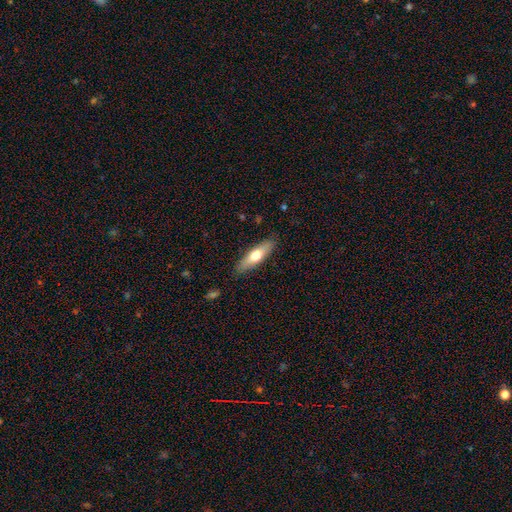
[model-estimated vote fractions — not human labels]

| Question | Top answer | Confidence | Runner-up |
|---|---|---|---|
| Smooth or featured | smooth | 61% | featured or disk (33%) |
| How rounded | cigar-shaped | 60% | in between (38%) |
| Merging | none | 87% | minor disturbance (10%) |